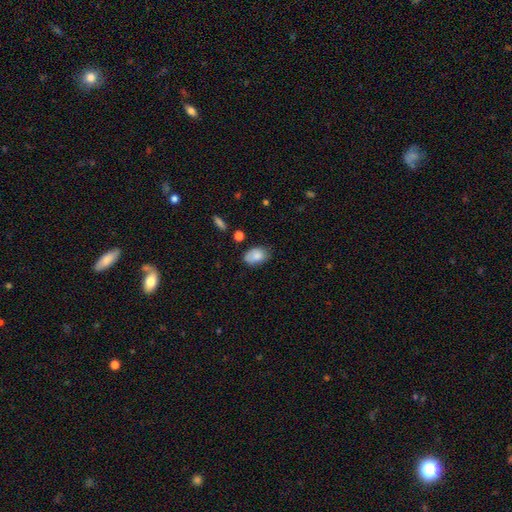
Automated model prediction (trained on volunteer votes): Smooth or featured? Predicted: smooth (p=0.84). How rounded? Predicted: in between (p=0.88). Merging? Predicted: none (p=0.66).